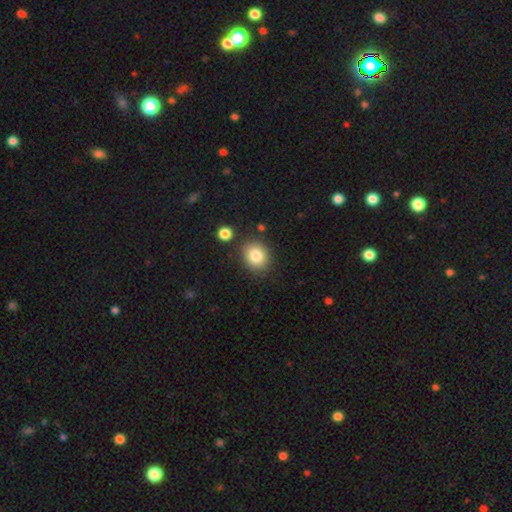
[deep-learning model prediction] This appears to be a smooth galaxy with no disk features (83%) that is round (65%). Merging: none (84%).